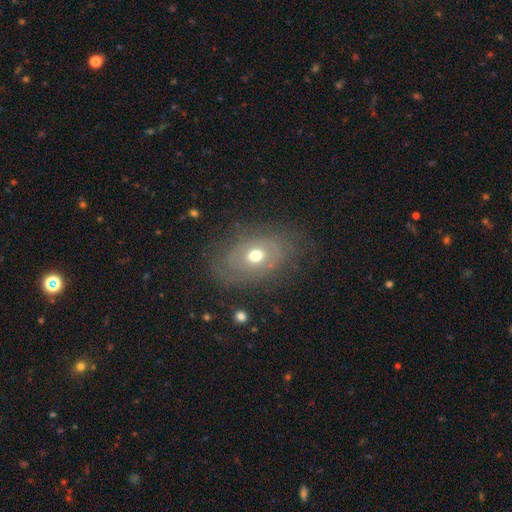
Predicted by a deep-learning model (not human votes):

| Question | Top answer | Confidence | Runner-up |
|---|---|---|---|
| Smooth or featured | featured or disk | 45% | smooth (44%) |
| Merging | none | 74% | minor disturbance (16%) |